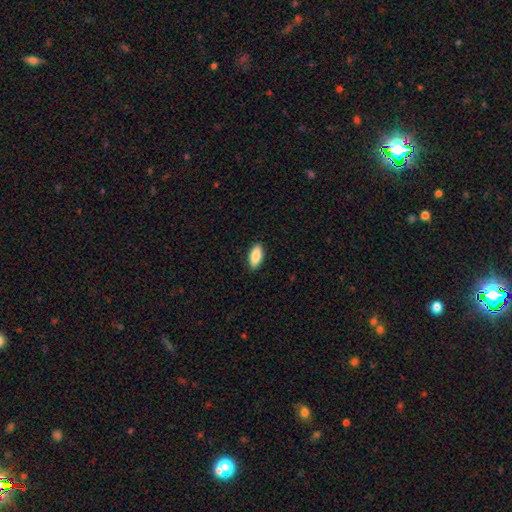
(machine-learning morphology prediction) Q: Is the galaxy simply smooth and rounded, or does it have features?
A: smooth — 87%.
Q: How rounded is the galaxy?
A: in between — 87%.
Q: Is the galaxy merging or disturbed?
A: none — 89%.